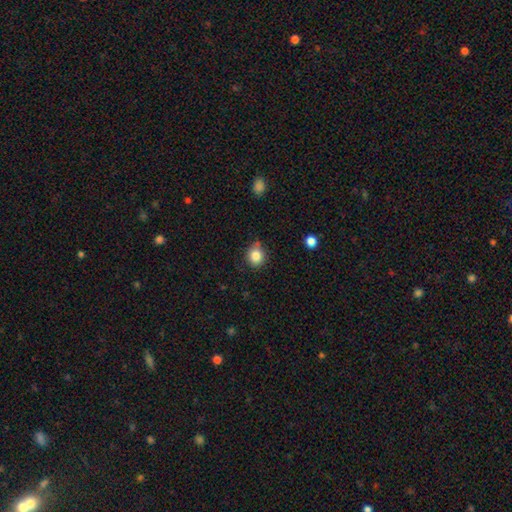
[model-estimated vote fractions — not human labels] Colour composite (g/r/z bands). It shows a smooth galaxy with no disk features (83%) that is round (79%). Merging: none (72%).